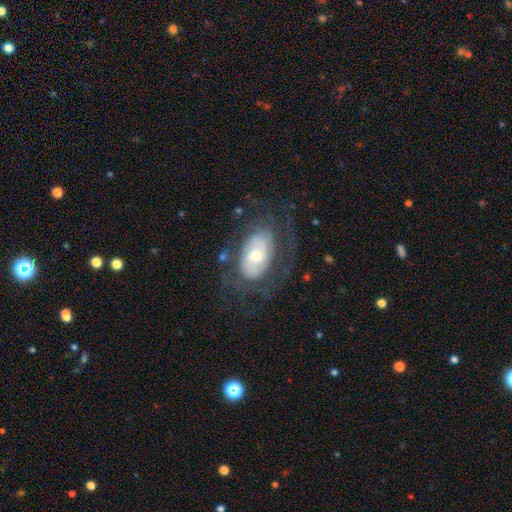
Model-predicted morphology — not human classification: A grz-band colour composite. It shows a featured or disk galaxy (68%) with no bar (59%), spiral arms (76%) and a moderate central bulge (54%). Merging: none (60%).